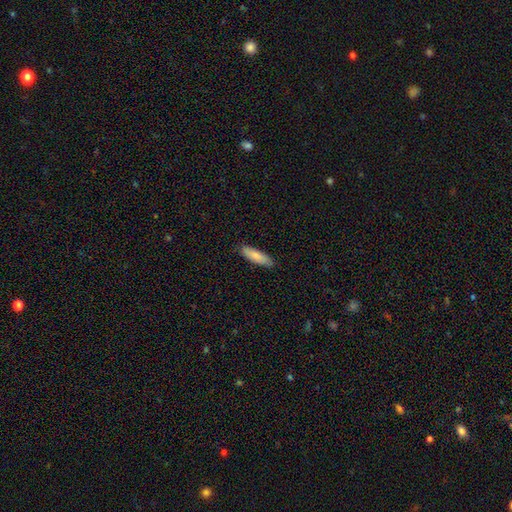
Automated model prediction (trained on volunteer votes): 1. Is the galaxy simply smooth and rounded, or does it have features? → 83% smooth, 11% featured or disk, 6% star or artifact.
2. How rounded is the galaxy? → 57% cigar-shaped, 42% in between, 1% round.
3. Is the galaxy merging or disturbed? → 86% none, 11% minor disturbance, 2% major disturbance, 1% merger.